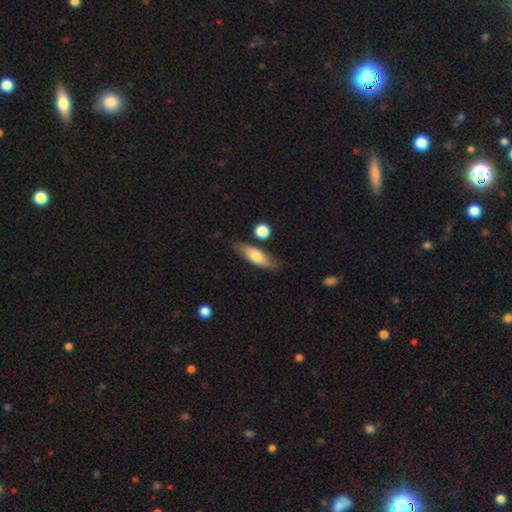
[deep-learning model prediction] This is likely a smooth galaxy (70%). How rounded: possibly in between (58%). Merging: likely none (75%).